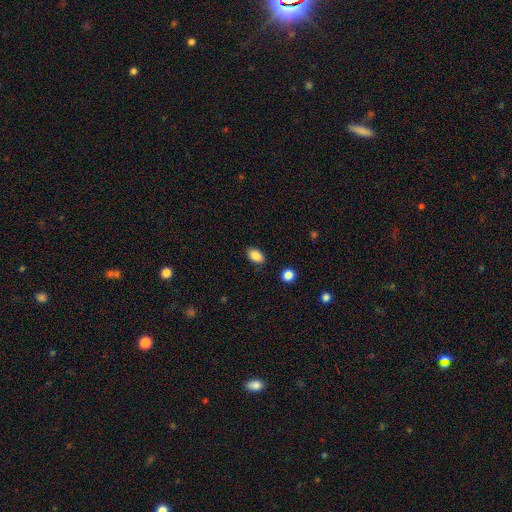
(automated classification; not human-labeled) A smooth galaxy with no disk features (87%) that is in between round and cigar-shaped (87%). Merging: none (86%).